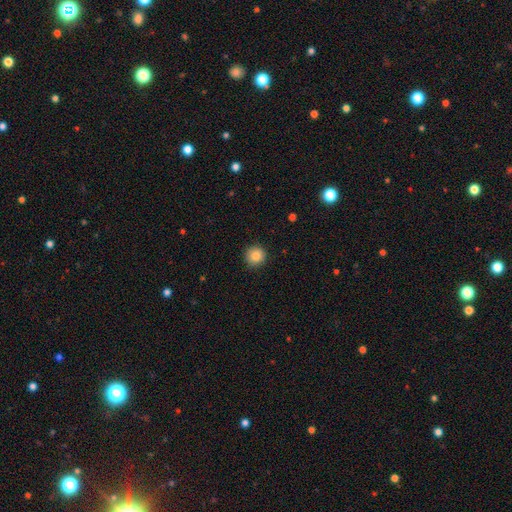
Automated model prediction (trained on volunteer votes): Smooth or featured? Predicted: smooth (p=0.85). How rounded? Predicted: round (p=0.95). Merging? Predicted: none (p=0.91).